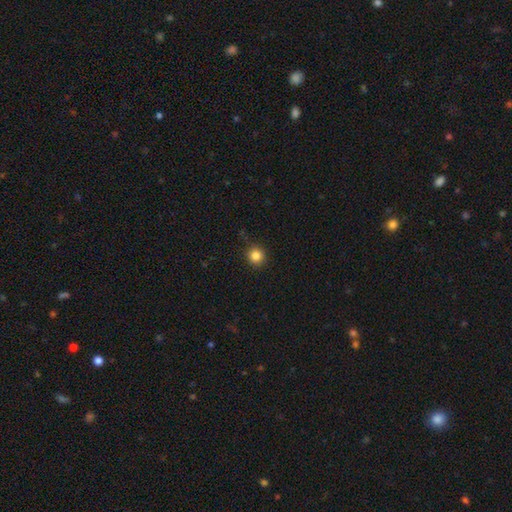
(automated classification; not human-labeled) smooth_or_featured: smooth (p=0.84) [alt: star or artifact p=0.12]
how_rounded: round (p=0.94) [alt: in between p=0.06]
merging: none (p=0.86) [alt: minor disturbance p=0.10]